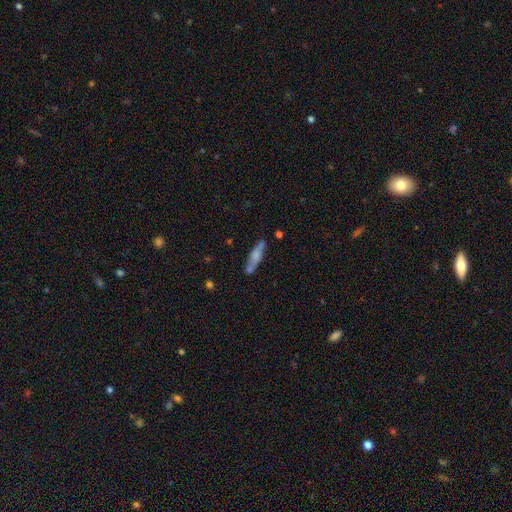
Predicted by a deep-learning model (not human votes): Overall: smooth (60%; featured or disk 32%). How rounded: cigar-shaped (77%). Merging: none (67%).